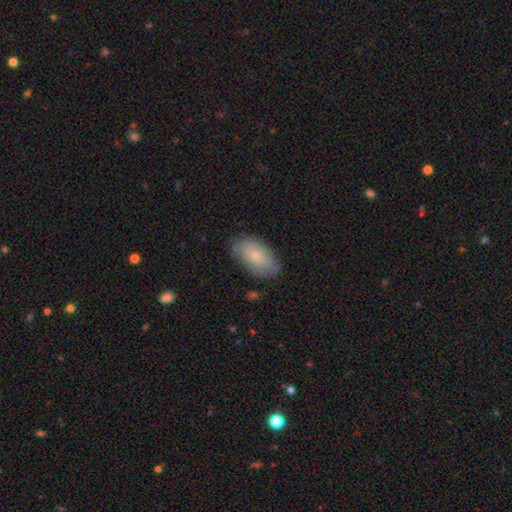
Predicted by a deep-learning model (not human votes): Smooth or featured?
  - smooth: 67% *
  - featured or disk: 26%
  - star or artifact: 7%
How rounded?
  - in between: 94% *
  - round: 4%
  - cigar-shaped: 2%
Merging?
  - none: 74% *
  - minor disturbance: 21%
  - major disturbance: 4%
  - merger: 1%